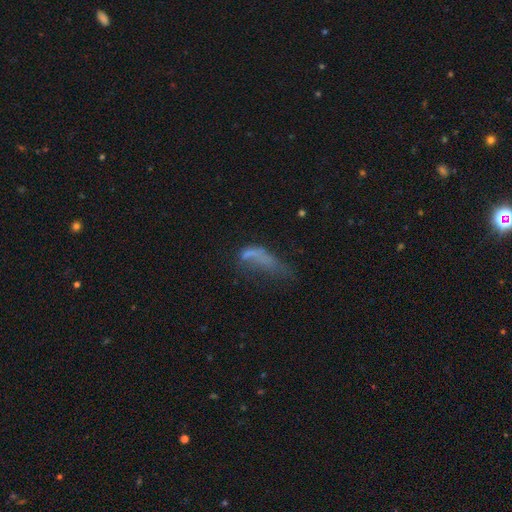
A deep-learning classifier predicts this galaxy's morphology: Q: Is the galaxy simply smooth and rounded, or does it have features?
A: smooth — 48%.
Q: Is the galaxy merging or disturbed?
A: major disturbance — 45%.